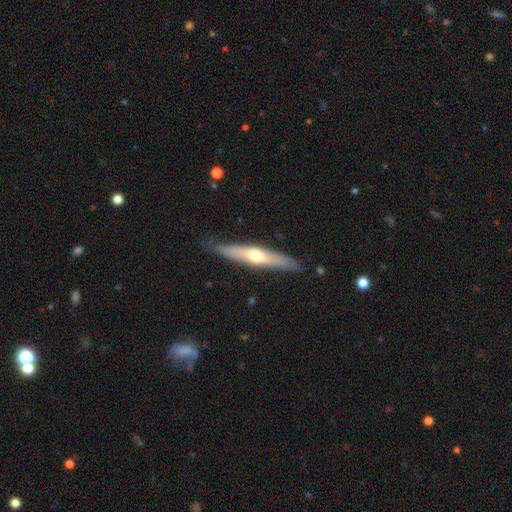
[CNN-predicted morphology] This is possibly a featured or disk galaxy (51%). It is clearly viewed edge-on (89%). Merging: clearly none (86%).